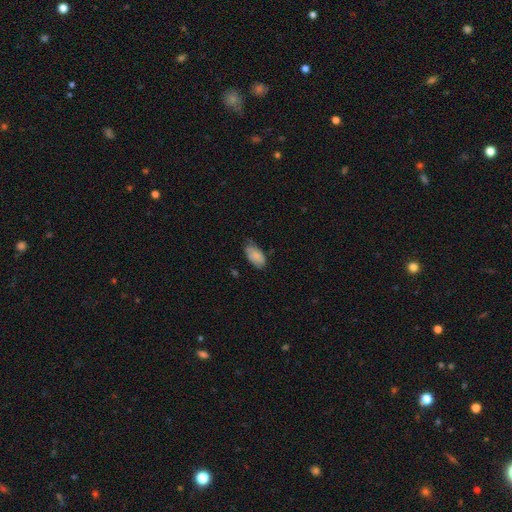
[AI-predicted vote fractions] The model was most divided on "merging": none: 57%, minor disturbance: 35%, major disturbance: 7%, merger: 2%. More confident: how rounded — in between (94%); smooth or featured — smooth (77%).